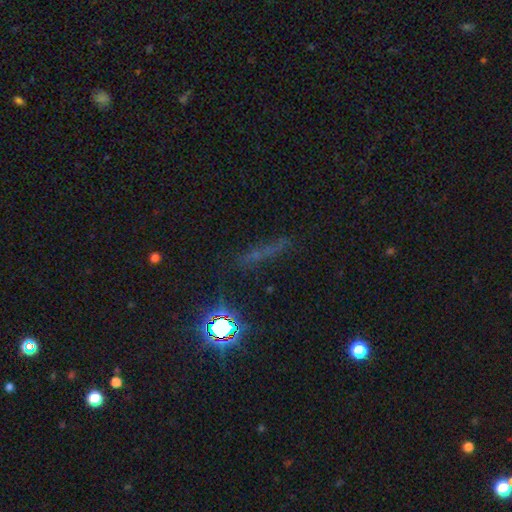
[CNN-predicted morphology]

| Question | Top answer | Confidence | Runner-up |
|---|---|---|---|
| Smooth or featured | star or artifact | 44% | smooth (33%) |